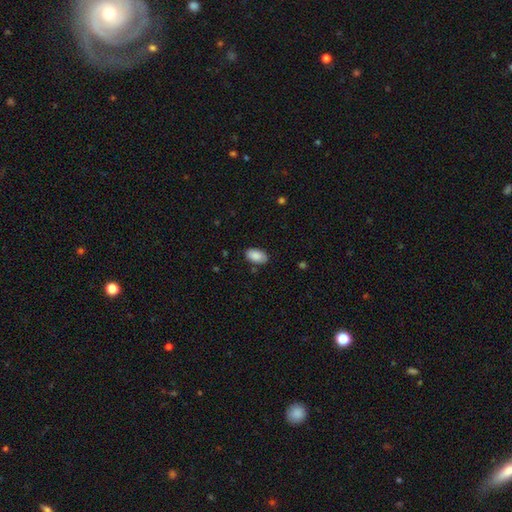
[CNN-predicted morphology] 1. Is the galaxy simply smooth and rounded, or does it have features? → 88% smooth, 6% star or artifact, 5% featured or disk.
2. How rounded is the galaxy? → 95% in between, 4% round, 2% cigar-shaped.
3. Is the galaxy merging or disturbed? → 84% none, 12% minor disturbance, 2% major disturbance, 1% merger.